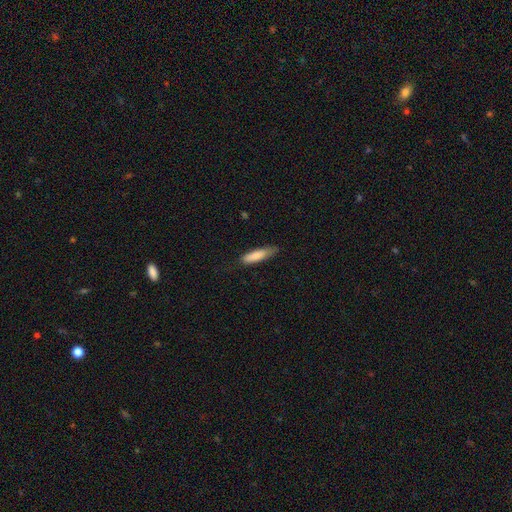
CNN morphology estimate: This is clearly a smooth galaxy (82%). How rounded: likely cigar-shaped (73%). Merging: likely none (73%).